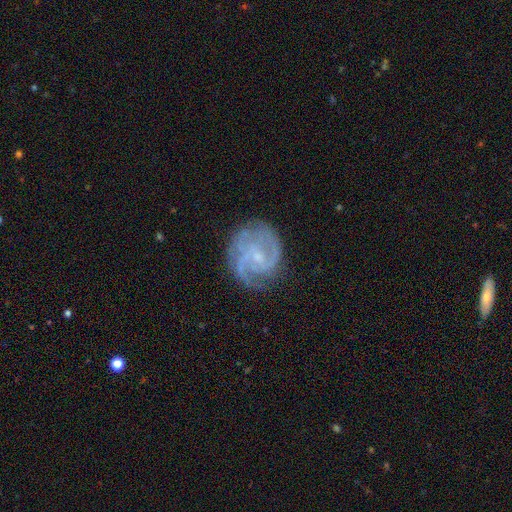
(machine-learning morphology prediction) A featured or disk galaxy (88%) with no bar (49%), 2 (45%) tight (48%) spiral arms (98%) and a small central bulge (73%).

Vote fractions:
- Smooth or featured? featured or disk: 88% / smooth: 6% / star or artifact: 6%
- Edge-on disk? no: 98% / yes: 2%
- Bar? no: 49% / weak: 42% / strong: 9%
- Spiral arms? yes: 98% / no: 2%
- Spiral winding? tight: 48% / medium: 43% / loose: 9%
- Spiral arm count? 2: 45% / 3: 28% / can't tell: 12% / 4: 5% / 1: 5% / more than 4: 4%
- Bulge size? small: 73% / moderate: 18% / none: 7% / large: 1% / dominant: 1%
- Merging? none: 76% / minor disturbance: 16% / major disturbance: 6% / merger: 1%